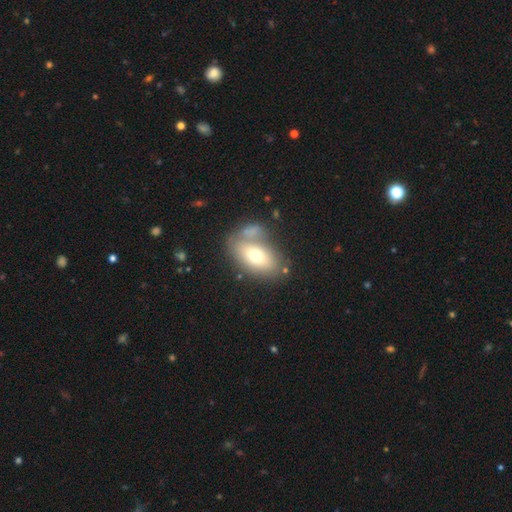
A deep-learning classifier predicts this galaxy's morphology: The model was most divided on "merging": none: 53%, merger: 24%, minor disturbance: 16%, major disturbance: 7%. More confident: how rounded — in between (89%); smooth or featured — smooth (67%).